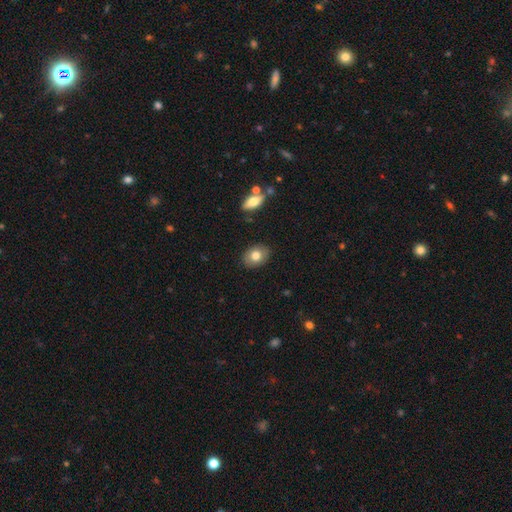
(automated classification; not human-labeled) Smooth or featured? Predicted: smooth (p=0.78). How rounded? Predicted: in between (p=0.69). Merging? Predicted: none (p=0.87).